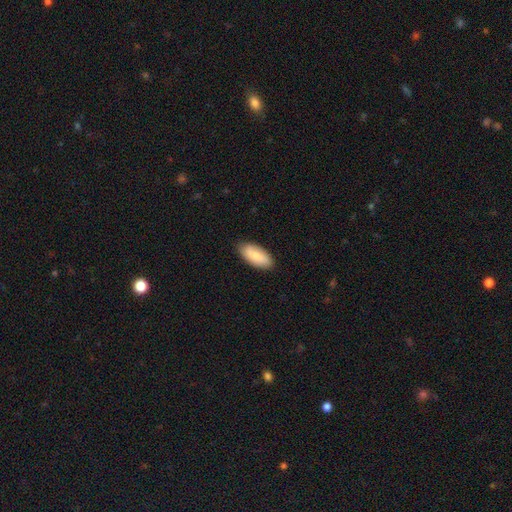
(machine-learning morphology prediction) type=smooth (81%); roundness=in between (89%); merging=none (85%).